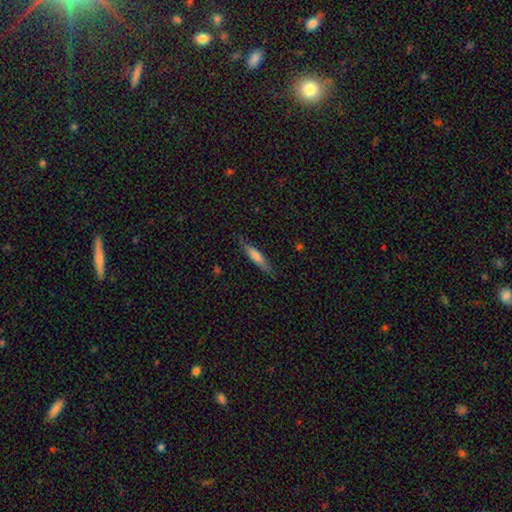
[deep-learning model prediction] The model was most divided on "smooth or featured": smooth: 62%, featured or disk: 32%, star or artifact: 6%. More confident: how rounded — cigar-shaped (86%); merging — none (82%).